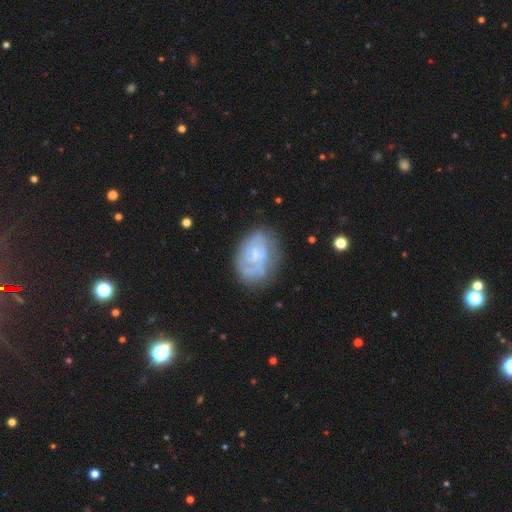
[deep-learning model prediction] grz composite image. It shows a featured or disk galaxy (68%) with no bar (66%), tight (54%) spiral arms (79%) and a small central bulge (53%). Merging: none (62%).